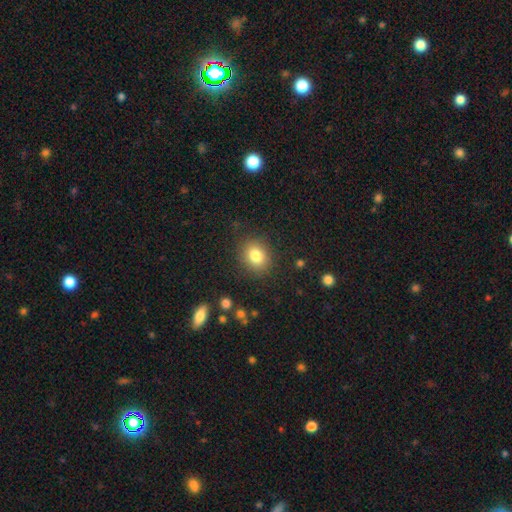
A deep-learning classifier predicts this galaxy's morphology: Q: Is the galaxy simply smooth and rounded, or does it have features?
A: smooth — 81%.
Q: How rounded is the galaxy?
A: round — 65%.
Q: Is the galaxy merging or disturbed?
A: none — 85%.